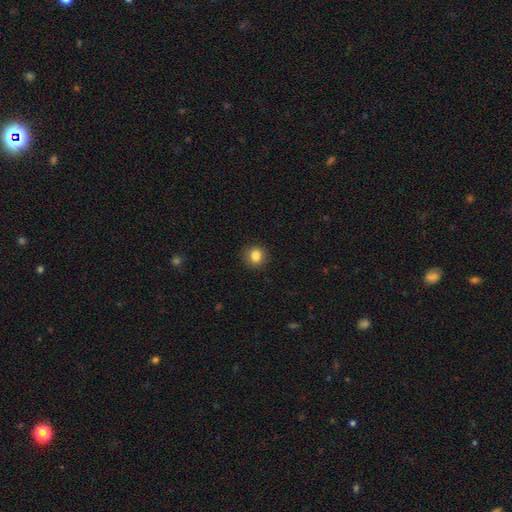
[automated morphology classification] smooth_or_featured: smooth (p=0.85) [alt: star or artifact p=0.10]
how_rounded: round (p=0.84) [alt: in between p=0.15]
merging: none (p=0.90) [alt: minor disturbance p=0.07]